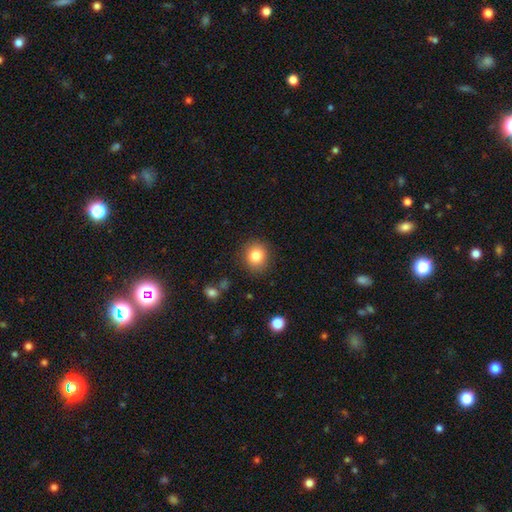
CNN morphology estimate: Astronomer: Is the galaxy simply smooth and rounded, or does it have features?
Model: smooth — 82%.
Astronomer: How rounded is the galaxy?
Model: round — 80%.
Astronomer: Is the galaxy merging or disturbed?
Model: none — 87%.